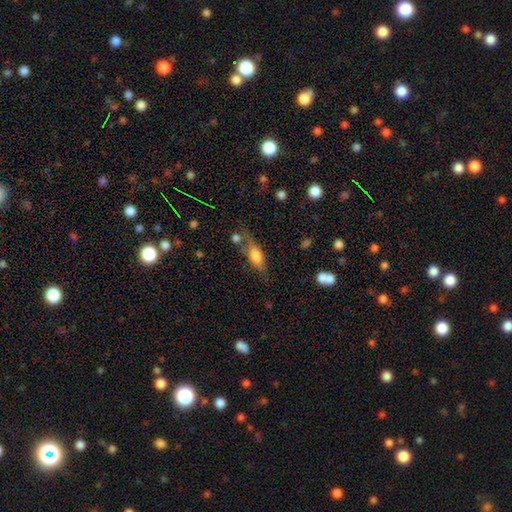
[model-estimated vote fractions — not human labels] A smooth galaxy with no disk features (58%) that is in between round and cigar-shaped (61%). Merging: none (53%).